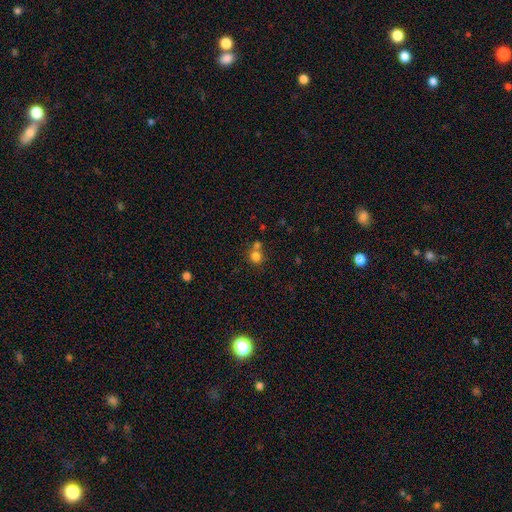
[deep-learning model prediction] Overall: smooth (79%). How rounded: round (86%). Merging: none (53%; merger 36%).